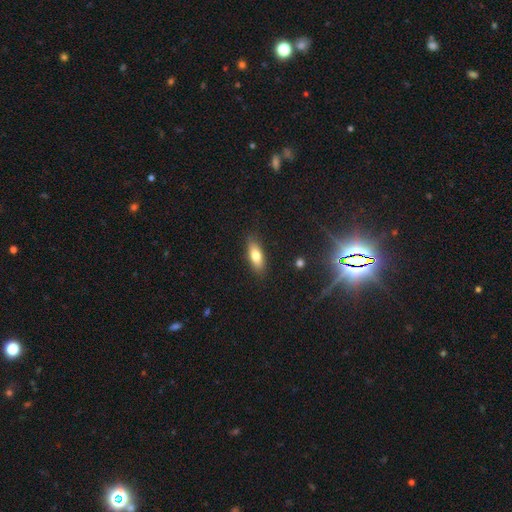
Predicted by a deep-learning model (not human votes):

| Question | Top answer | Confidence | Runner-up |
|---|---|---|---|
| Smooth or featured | smooth | 76% | featured or disk (17%) |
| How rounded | in between | 73% | cigar-shaped (25%) |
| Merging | none | 86% | minor disturbance (11%) |